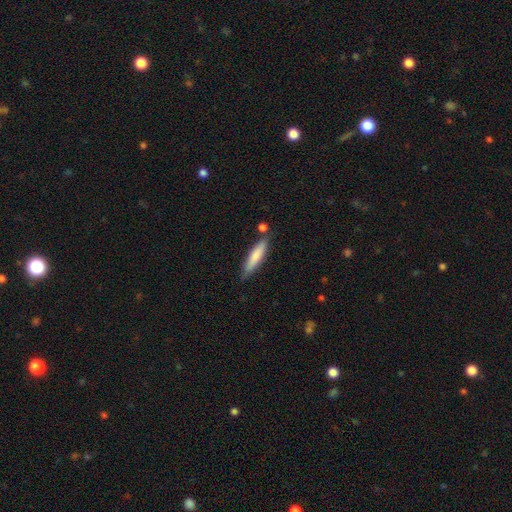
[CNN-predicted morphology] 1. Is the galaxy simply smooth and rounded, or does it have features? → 77% smooth, 18% featured or disk, 5% star or artifact.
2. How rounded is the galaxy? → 81% cigar-shaped, 18% in between, 1% round.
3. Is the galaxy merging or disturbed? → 74% none, 16% minor disturbance, 8% merger, 3% major disturbance.